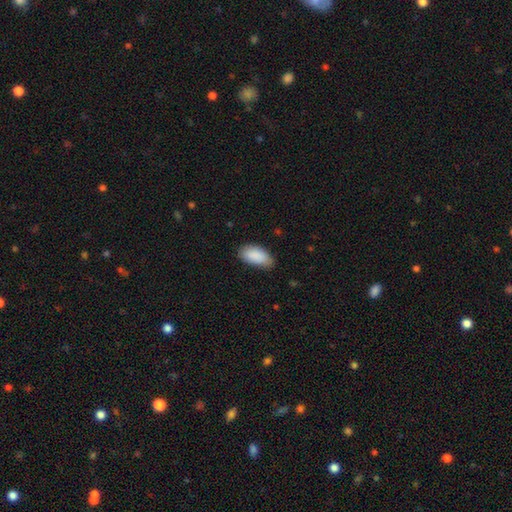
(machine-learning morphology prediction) A smooth galaxy with no disk features (90%) that is in between round and cigar-shaped (93%). Merging: none (74%).